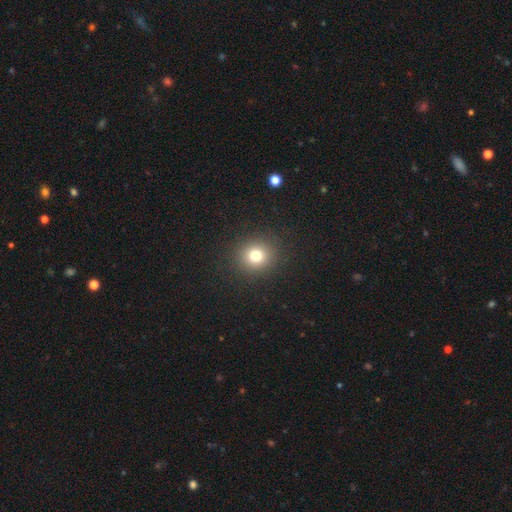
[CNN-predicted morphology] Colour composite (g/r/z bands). It shows a smooth galaxy with no disk features (76%) that is round (86%). Merging: none (90%).